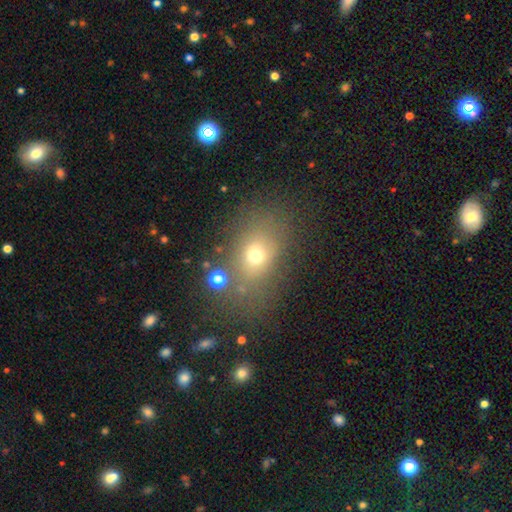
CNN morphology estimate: smooth 65%, star or artifact 20%, featured or disk 14%. Down the decision tree: how rounded — in between (62%); merging — none (69%).